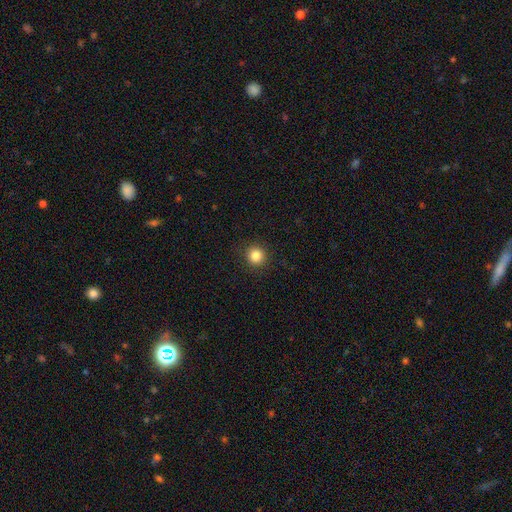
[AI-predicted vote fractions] smooth-or-featured: smooth: 84% | star or artifact: 11% | featured or disk: 5%
  how-rounded: round: 94% | in between: 5% | cigar-shaped: 1%
  merging: none: 92% | minor disturbance: 5% | major disturbance: 2% | merger: 1%